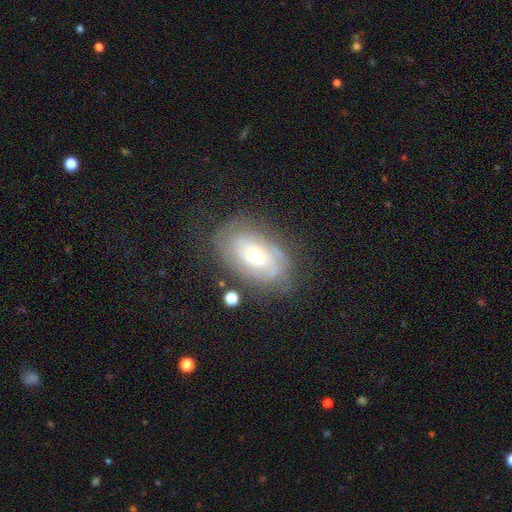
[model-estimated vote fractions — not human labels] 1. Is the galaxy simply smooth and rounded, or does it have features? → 79% featured or disk, 14% smooth, 7% star or artifact.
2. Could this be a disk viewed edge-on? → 95% no, 5% yes.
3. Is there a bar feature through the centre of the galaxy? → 69% no, 24% weak, 7% strong.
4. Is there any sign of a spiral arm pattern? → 90% yes, 10% no.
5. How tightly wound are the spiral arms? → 72% tight, 22% medium, 6% loose.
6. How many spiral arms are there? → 40% can't tell, 29% 2, 16% 3, 6% 4, 5% 1, 4% more than 4.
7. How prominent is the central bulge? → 61% moderate, 32% small, 5% large, 1% dominant, 1% none.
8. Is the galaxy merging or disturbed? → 72% none, 18% minor disturbance, 8% major disturbance, 2% merger.